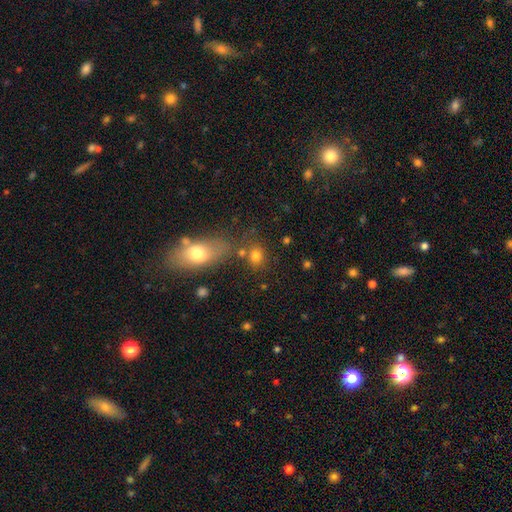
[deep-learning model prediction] The model was most divided on "how rounded": round: 60%, in between: 38%, cigar-shaped: 2%. More confident: smooth or featured — smooth (78%); merging — none (64%).